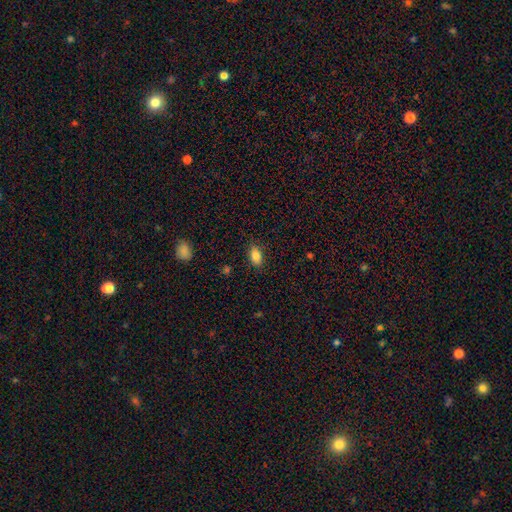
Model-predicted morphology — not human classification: Smooth or featured?
  - smooth: 84% *
  - star or artifact: 9%
  - featured or disk: 7%
How rounded?
  - in between: 88% *
  - round: 7%
  - cigar-shaped: 4%
Merging?
  - none: 85% *
  - minor disturbance: 11%
  - major disturbance: 3%
  - merger: 1%